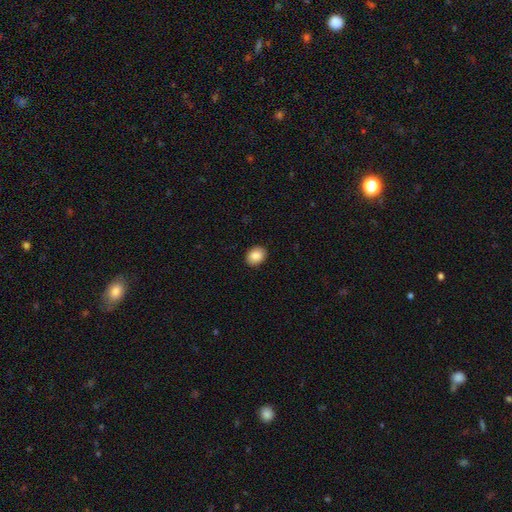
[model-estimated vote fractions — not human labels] smooth 88%, star or artifact 7%, featured or disk 4%. Down the decision tree: how rounded — in between (63%); merging — none (89%).